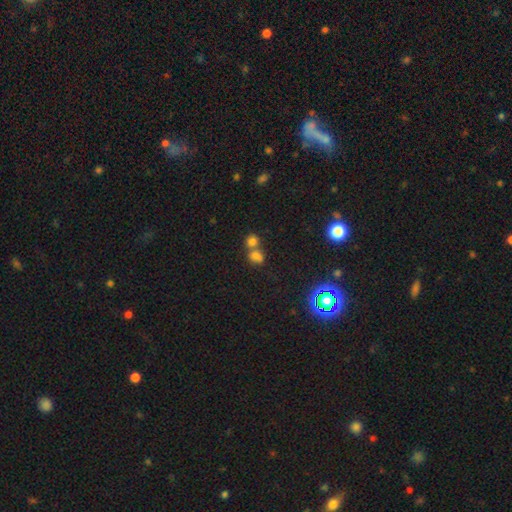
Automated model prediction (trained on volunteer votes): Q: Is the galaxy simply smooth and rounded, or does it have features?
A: smooth — 68%.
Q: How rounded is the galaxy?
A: round — 60%.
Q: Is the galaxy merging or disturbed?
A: merger — 59%.